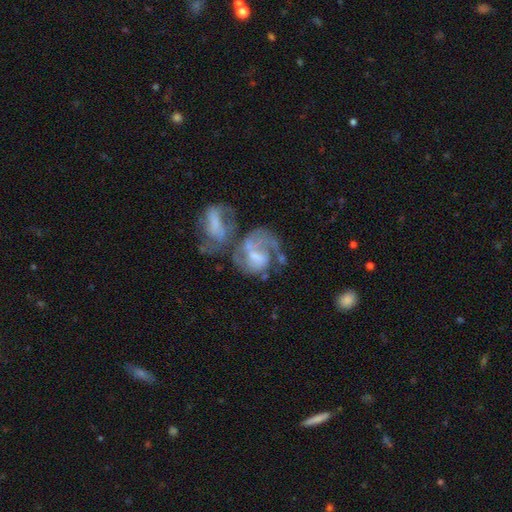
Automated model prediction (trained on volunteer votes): Smooth or featured? featured or disk (74%)
Edge-on disk? no (98%)
Bar? no (47%)
Spiral arms? yes (78%)
Spiral winding? medium (41%)
Spiral arm count? 1 (38%)
Bulge size? none (32%)
Merging? merger (51%)